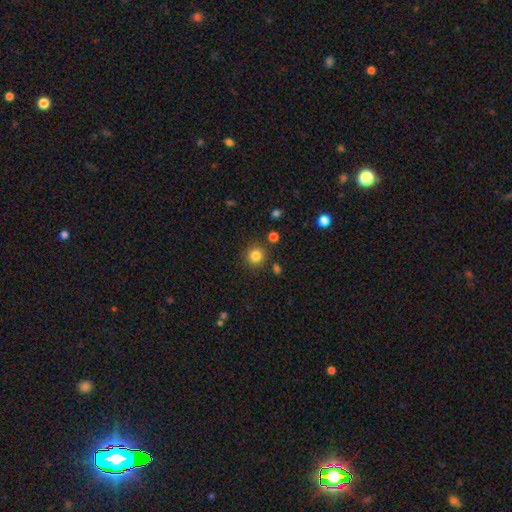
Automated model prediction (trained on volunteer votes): A smooth galaxy with no disk features (82%) that is round (93%). Merging: none (87%).